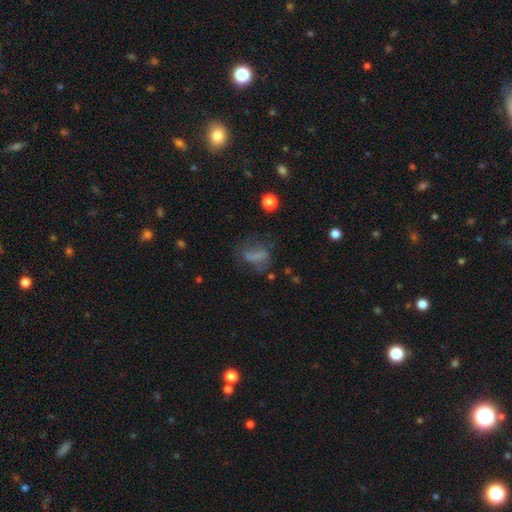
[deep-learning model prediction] smooth 53%, featured or disk 29%, star or artifact 18%. Down the decision tree: how rounded — in between (61%); merging — none (46%).